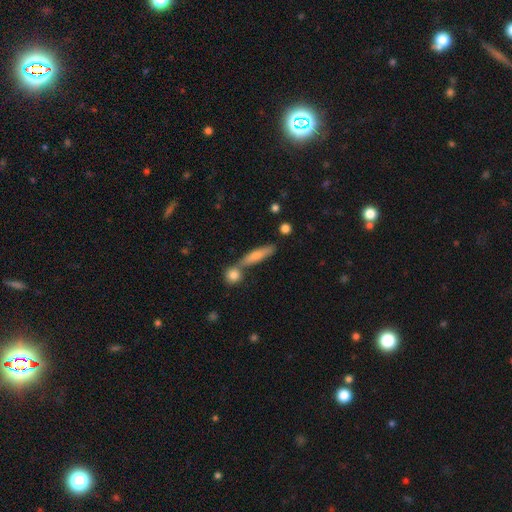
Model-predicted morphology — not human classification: Smooth or featured? Predicted: smooth (p=0.64). How rounded? Predicted: cigar-shaped (p=0.79). Merging? Predicted: none (p=0.65).